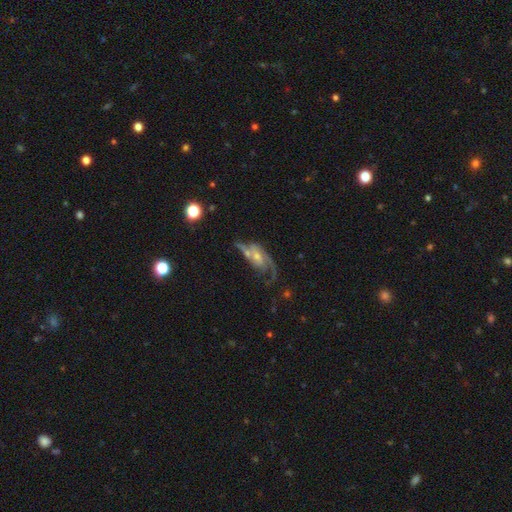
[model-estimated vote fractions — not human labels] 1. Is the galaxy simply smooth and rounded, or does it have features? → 76% featured or disk, 17% smooth, 7% star or artifact.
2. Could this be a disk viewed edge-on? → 94% no, 6% yes.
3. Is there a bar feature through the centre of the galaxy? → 57% no, 33% weak, 9% strong.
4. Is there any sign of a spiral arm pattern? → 87% yes, 13% no.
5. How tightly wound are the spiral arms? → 44% loose, 38% medium, 18% tight.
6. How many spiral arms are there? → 59% 2, 22% 1, 12% can't tell, 4% 3, 2% 4, 2% more than 4.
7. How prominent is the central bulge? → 54% small, 36% moderate, 6% none, 3% large, 1% dominant.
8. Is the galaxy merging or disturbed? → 33% none, 30% major disturbance, 19% minor disturbance, 18% merger.